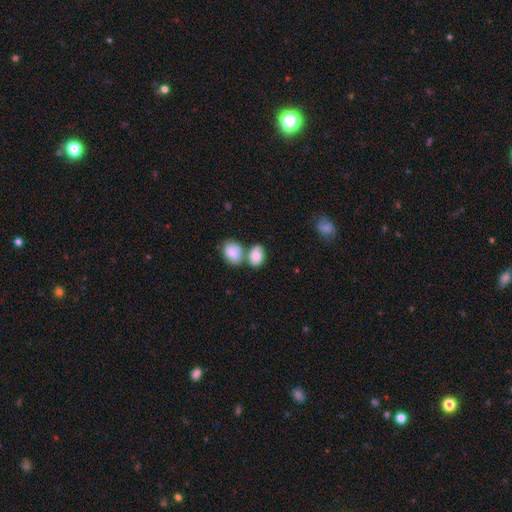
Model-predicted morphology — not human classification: Smooth or featured?
  - smooth: 84% *
  - featured or disk: 9%
  - star or artifact: 6%
How rounded?
  - in between: 80% *
  - round: 19%
  - cigar-shaped: 1%
Merging?
  - merger: 51% *
  - none: 32%
  - minor disturbance: 12%
  - major disturbance: 4%